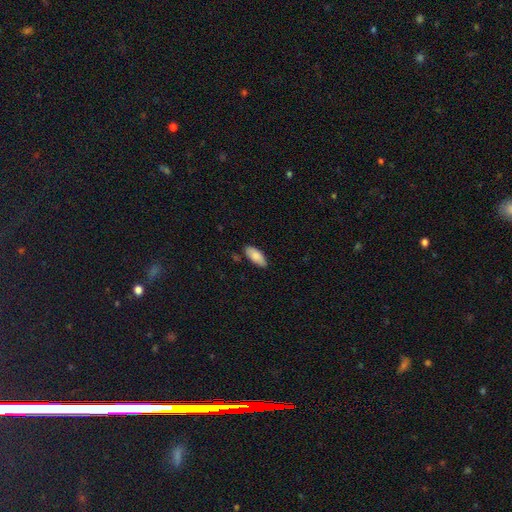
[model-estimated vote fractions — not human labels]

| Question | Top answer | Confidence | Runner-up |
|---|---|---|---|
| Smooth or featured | smooth | 86% | featured or disk (9%) |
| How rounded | in between | 84% | cigar-shaped (14%) |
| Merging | none | 83% | minor disturbance (13%) |